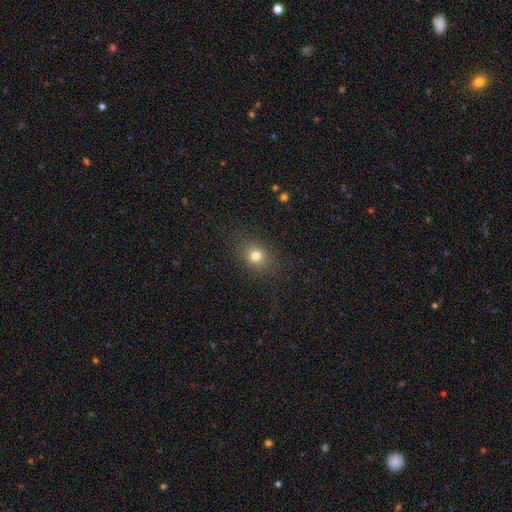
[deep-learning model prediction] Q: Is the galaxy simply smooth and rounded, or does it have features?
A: smooth — 75%.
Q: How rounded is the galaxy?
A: round — 59%.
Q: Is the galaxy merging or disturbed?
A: none — 83%.